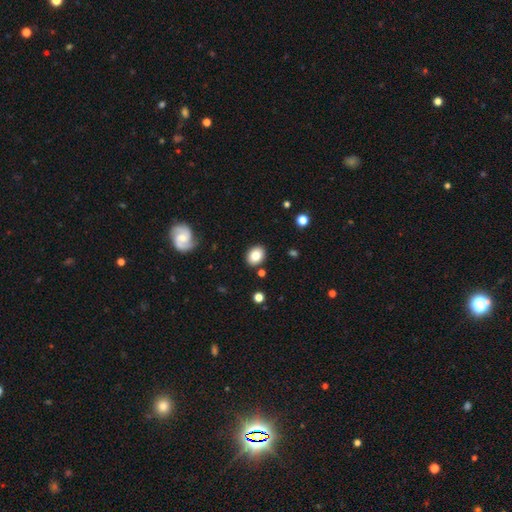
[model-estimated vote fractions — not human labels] This appears to be a smooth galaxy with no disk features (82%) that is in between round and cigar-shaped (60%). Merging: none (87%).